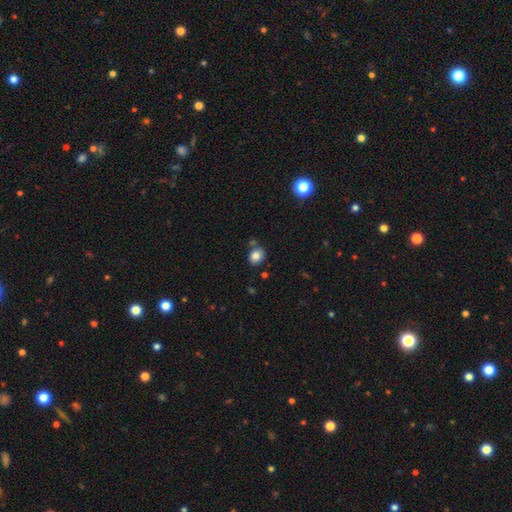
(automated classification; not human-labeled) This appears to be a smooth galaxy with no disk features (83%) that is round (63%). Merging: none (75%).